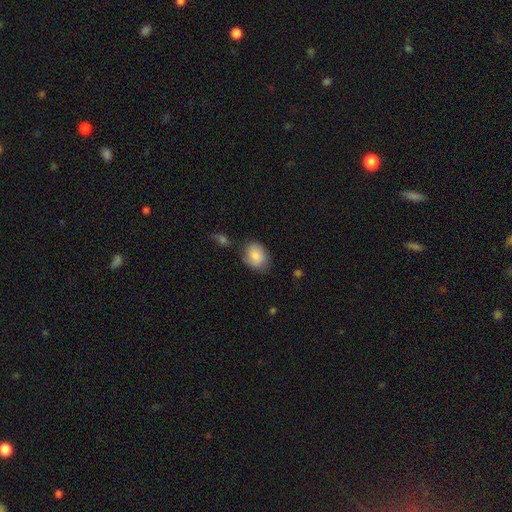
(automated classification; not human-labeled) A smooth galaxy with no disk features (81%) that is in between round and cigar-shaped (61%).

Vote fractions:
- Smooth or featured? smooth: 81% / featured or disk: 12% / star or artifact: 7%
- How rounded? in between: 61% / round: 38% / cigar-shaped: 1%
- Merging? none: 66% / minor disturbance: 22% / major disturbance: 6% / merger: 6%